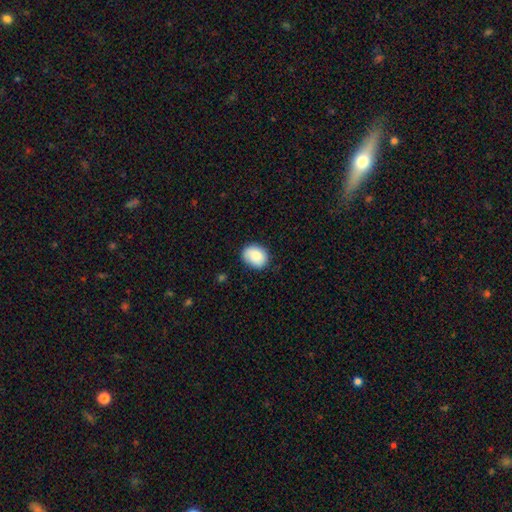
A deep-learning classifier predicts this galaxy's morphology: smooth_or_featured: smooth (p=0.84) [alt: featured or disk p=0.08]
how_rounded: round (p=0.51) [alt: in between p=0.48]
merging: none (p=0.78) [alt: minor disturbance p=0.18]